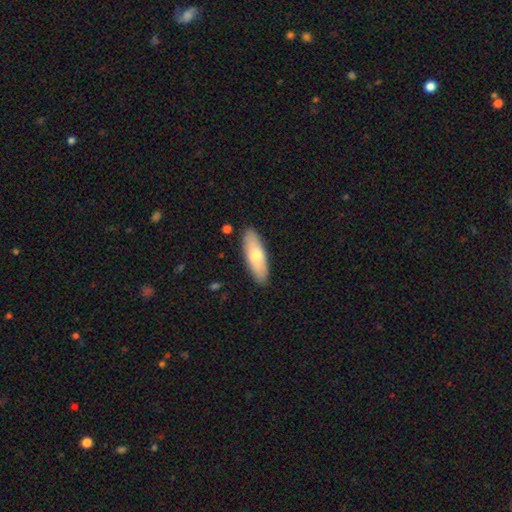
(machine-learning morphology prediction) The model was most divided on "how rounded": in between: 59%, cigar-shaped: 39%, round: 2%. More confident: merging — none (88%); smooth or featured — smooth (70%).